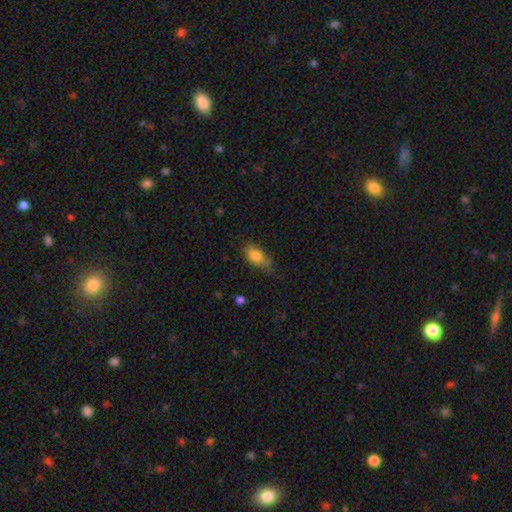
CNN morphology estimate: A smooth galaxy with no disk features (79%) that is in between round and cigar-shaped (85%). Merging: none (59%).